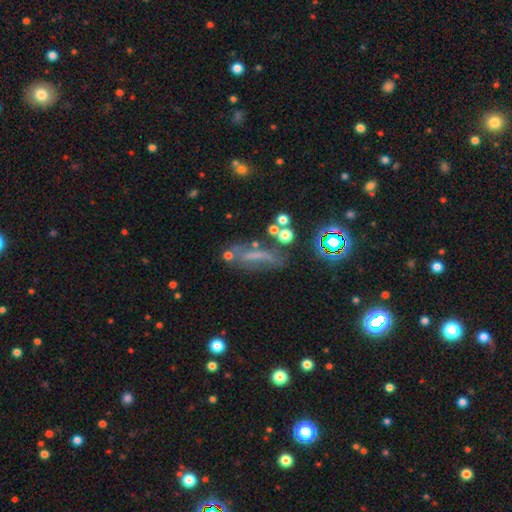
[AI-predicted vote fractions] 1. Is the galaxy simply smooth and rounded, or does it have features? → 37% featured or disk, 36% smooth, 27% star or artifact.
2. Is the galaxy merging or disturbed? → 51% none, 23% minor disturbance, 17% major disturbance, 9% merger.